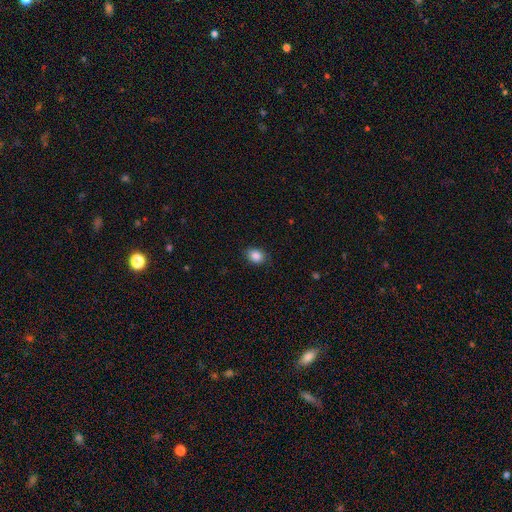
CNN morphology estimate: smooth-or-featured: smooth: 87% | star or artifact: 9% | featured or disk: 4%
  how-rounded: in between: 61% | round: 38% | cigar-shaped: 1%
  merging: none: 82% | minor disturbance: 14% | major disturbance: 3% | merger: 1%